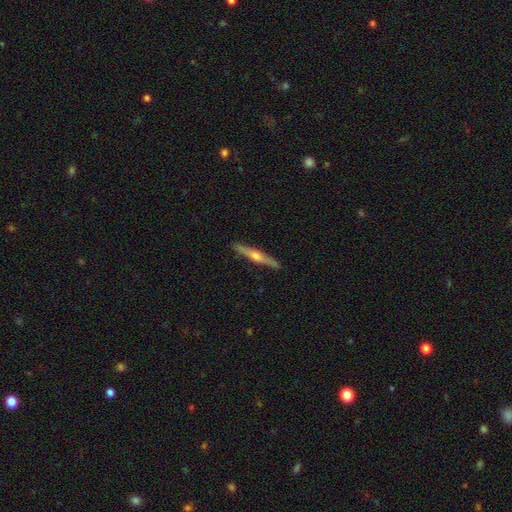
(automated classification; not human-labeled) The model was most divided on "smooth or featured": featured or disk: 70%, smooth: 24%, star or artifact: 6%. More confident: edge-on disk — yes (97%); merging — none (91%); edge-on bulge — rounded (87%).